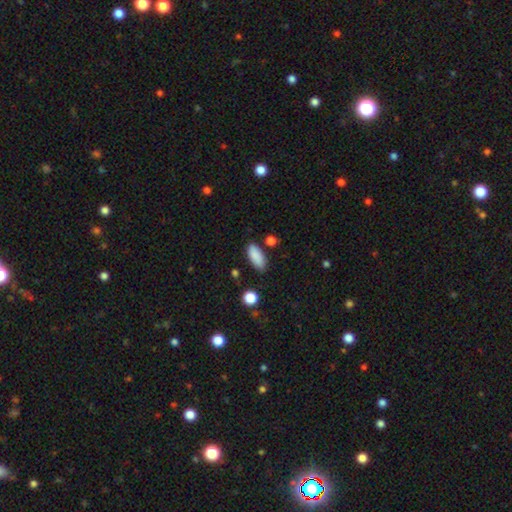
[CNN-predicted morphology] smooth-or-featured: smooth: 88% | star or artifact: 7% | featured or disk: 5%
  how-rounded: in between: 83% | cigar-shaped: 15% | round: 2%
  merging: none: 81% | minor disturbance: 13% | merger: 3% | major disturbance: 3%